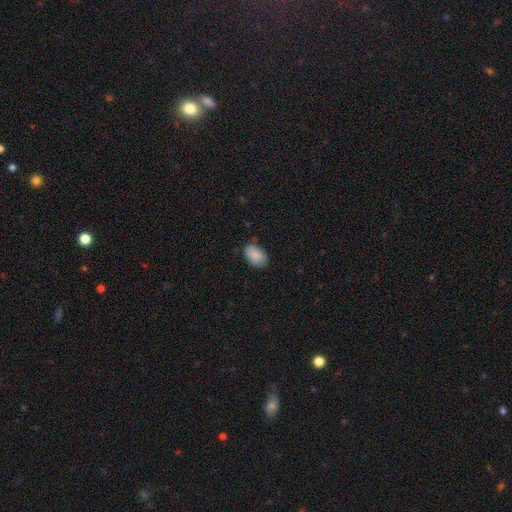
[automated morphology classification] smooth 88%, star or artifact 7%, featured or disk 6%. Down the decision tree: how rounded — in between (90%); merging — none (77%).